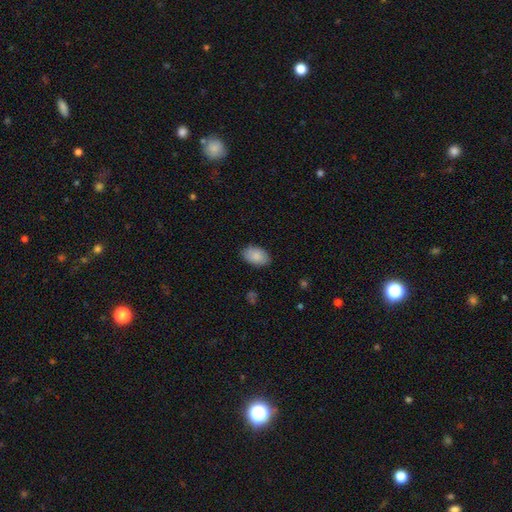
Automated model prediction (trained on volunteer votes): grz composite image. It shows a smooth galaxy with no disk features (89%) that is in between round and cigar-shaped (91%). Merging: none (85%).